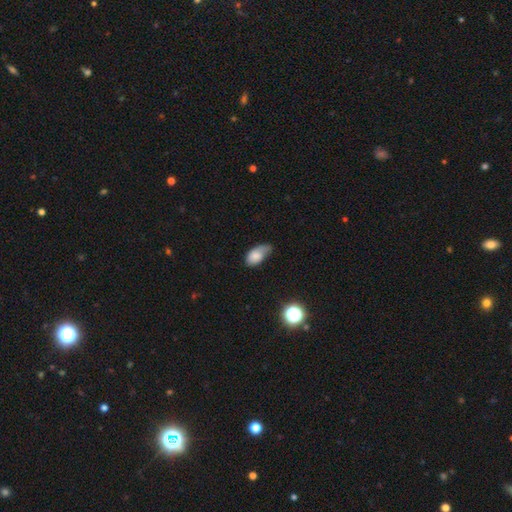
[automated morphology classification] Smooth or featured?
  - smooth: 78% *
  - featured or disk: 13%
  - star or artifact: 9%
How rounded?
  - in between: 90% *
  - round: 7%
  - cigar-shaped: 3%
Merging?
  - minor disturbance: 46% *
  - none: 32%
  - major disturbance: 19%
  - merger: 3%